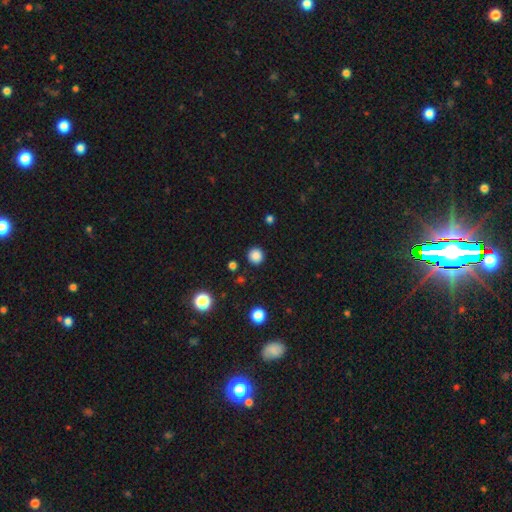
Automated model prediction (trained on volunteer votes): Smooth or featured? smooth (85%)
How rounded? round (94%)
Merging? none (90%)